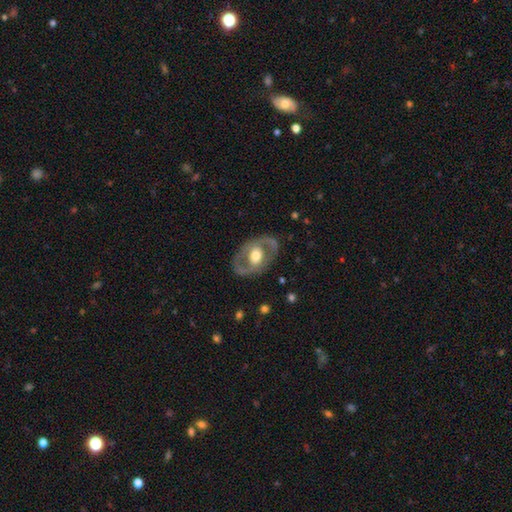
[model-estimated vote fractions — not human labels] This appears to be a featured or disk galaxy (66%) with no bar (67%), no spiral arms (64%) and a moderate central bulge (59%). Merging: none (78%).